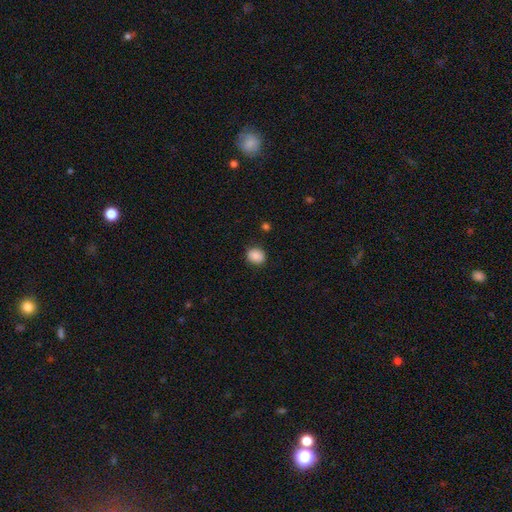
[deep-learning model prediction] smooth 88%, star or artifact 9%, featured or disk 3%. Down the decision tree: how rounded — round (64%); merging — none (88%).